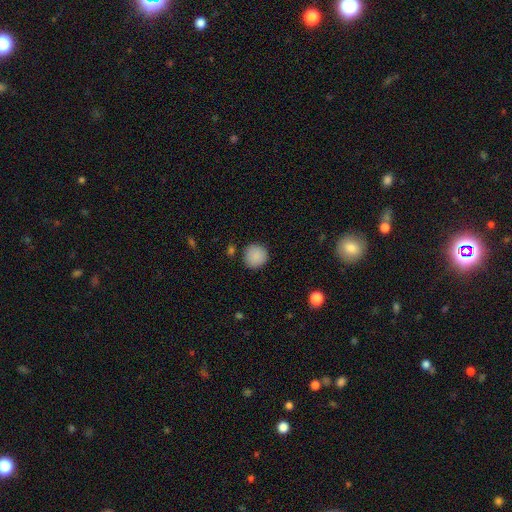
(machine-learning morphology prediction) smooth_or_featured: smooth (p=0.89) [alt: star or artifact p=0.08]
how_rounded: round (p=0.94) [alt: in between p=0.05]
merging: none (p=0.87) [alt: minor disturbance p=0.08]